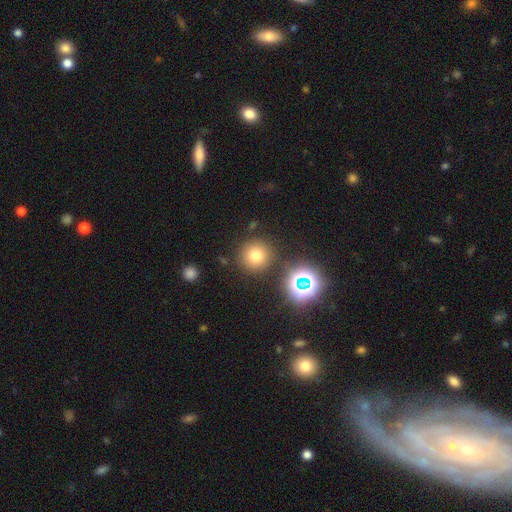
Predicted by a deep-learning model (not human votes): The model was most divided on "smooth or featured": smooth: 71%, star or artifact: 20%, featured or disk: 9%. More confident: how rounded — round (95%); merging — none (85%).